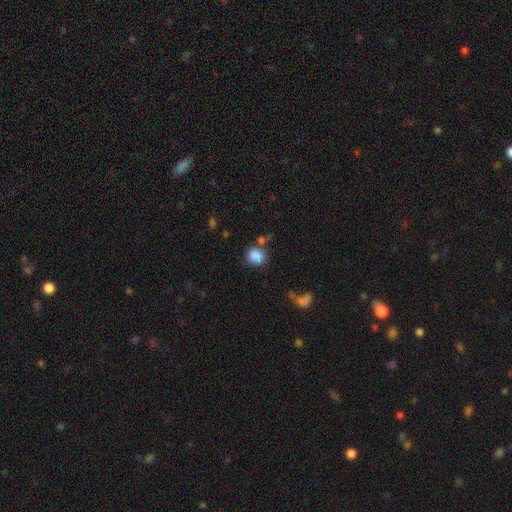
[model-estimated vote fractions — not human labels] Q: Smooth or featured?
A: smooth (86%); runner-up: star or artifact (9%)
Q: How rounded?
A: round (69%); runner-up: in between (30%)
Q: Merging?
A: none (69%); runner-up: minor disturbance (16%)